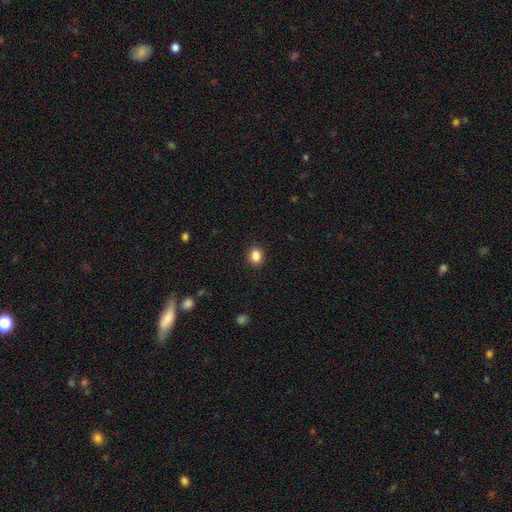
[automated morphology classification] smooth_or_featured: smooth (p=0.86) [alt: star or artifact p=0.10]
how_rounded: round (p=0.52) [alt: in between p=0.47]
merging: none (p=0.90) [alt: minor disturbance p=0.07]